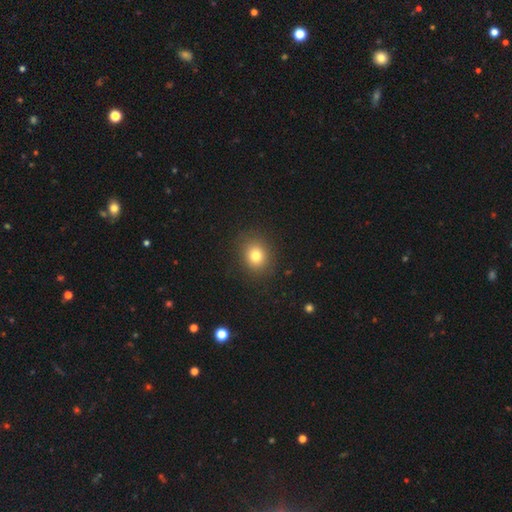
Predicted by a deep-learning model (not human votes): smooth 79%, star or artifact 13%, featured or disk 9%. Down the decision tree: how rounded — round (66%); merging — none (87%).